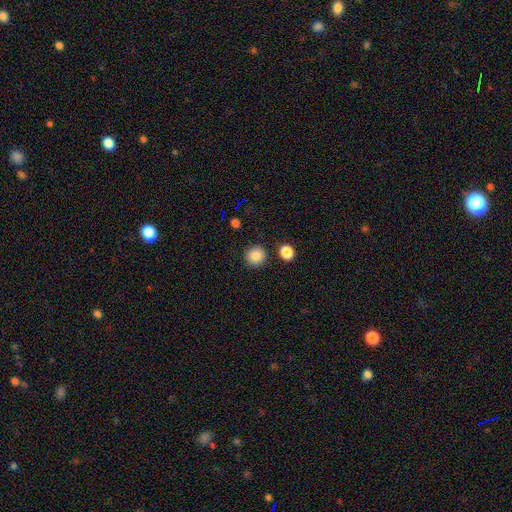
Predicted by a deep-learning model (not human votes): The model was most divided on "smooth or featured": smooth: 87%, star or artifact: 10%, featured or disk: 4%. More confident: how rounded — round (92%); merging — none (88%).